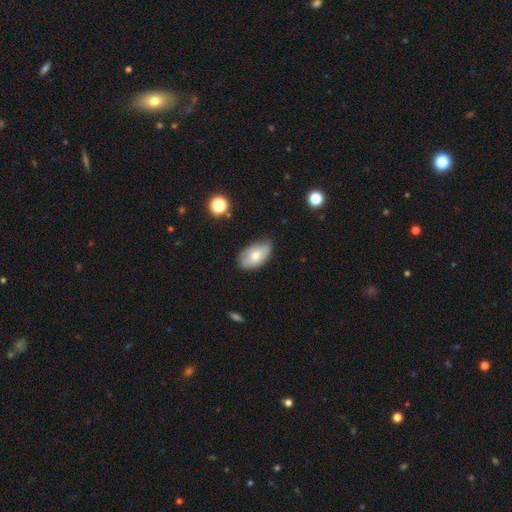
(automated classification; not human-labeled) smooth-or-featured: smooth: 67% | featured or disk: 25% | star or artifact: 8%
  how-rounded: in between: 91% | round: 7% | cigar-shaped: 2%
  merging: none: 60% | minor disturbance: 33% | major disturbance: 6% | merger: 2%